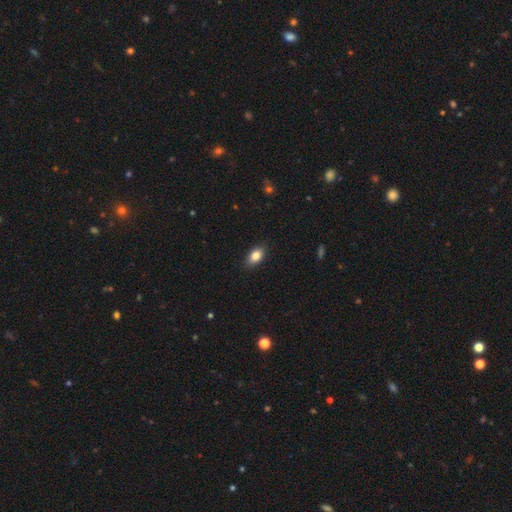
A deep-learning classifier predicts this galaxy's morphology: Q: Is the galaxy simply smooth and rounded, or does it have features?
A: smooth — 84%.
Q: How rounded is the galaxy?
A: in between — 88%.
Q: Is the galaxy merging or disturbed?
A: none — 87%.